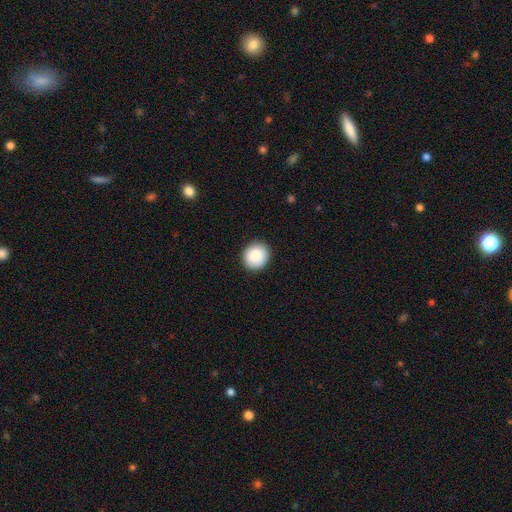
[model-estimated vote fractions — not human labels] This is clearly a smooth galaxy (88%). How rounded: clearly round (81%). Merging: clearly none (89%).